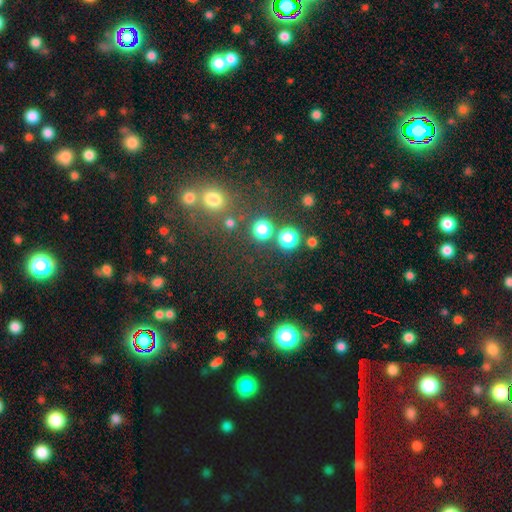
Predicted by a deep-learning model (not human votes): Smooth or featured?
  - star or artifact: 57% *
  - smooth: 33%
  - featured or disk: 10%